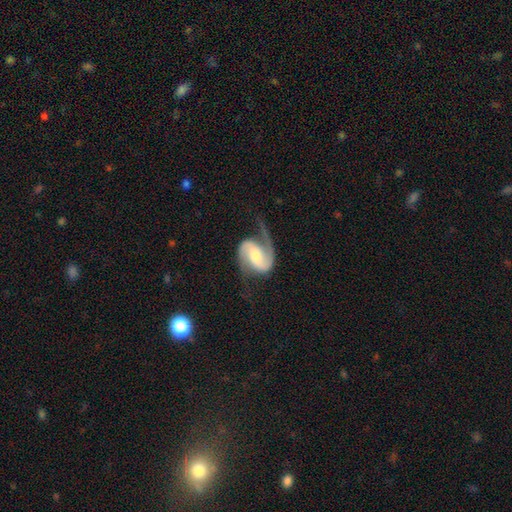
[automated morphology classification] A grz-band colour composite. It shows a featured or disk galaxy (89%) with a weak bar (43%), 2 (87%) medium (46%) spiral arms (97%) and a moderate central bulge (54%). Merging: none (61%).